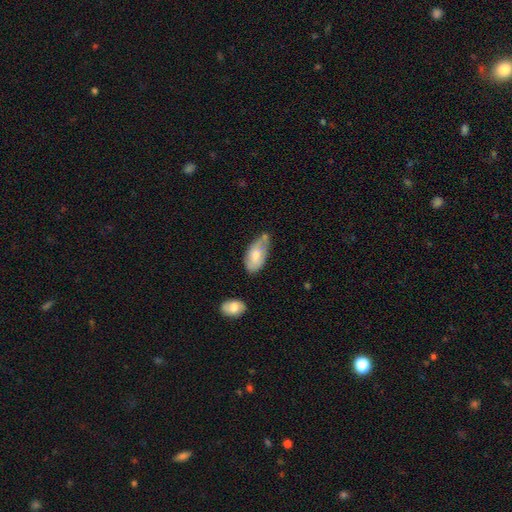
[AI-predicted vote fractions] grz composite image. It shows a smooth galaxy with no disk features (64%) that is in between round and cigar-shaped (92%). Merging: none (42%).